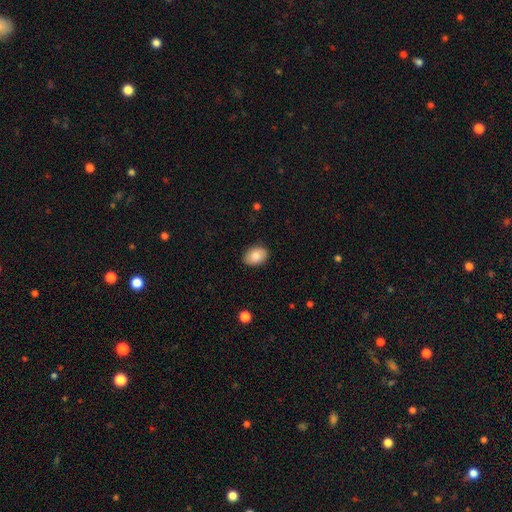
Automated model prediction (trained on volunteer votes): This appears to be a smooth galaxy with no disk features (82%) that is in between round and cigar-shaped (77%). Merging: none (87%).